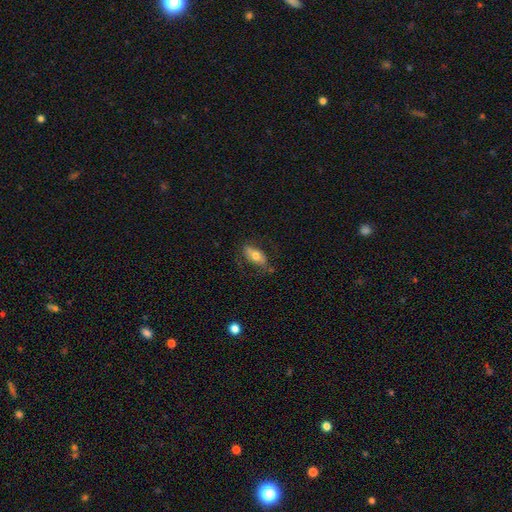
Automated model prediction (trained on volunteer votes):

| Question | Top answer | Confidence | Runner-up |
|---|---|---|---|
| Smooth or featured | smooth | 58% | featured or disk (34%) |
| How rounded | in between | 78% | cigar-shaped (18%) |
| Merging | none | 68% | minor disturbance (21%) |